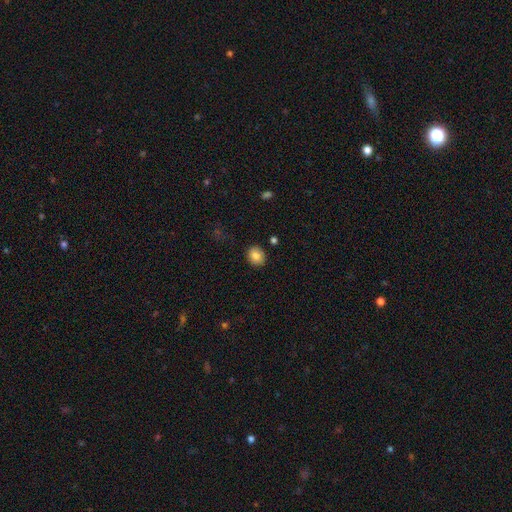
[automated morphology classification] Smooth or featured?
  - smooth: 83% *
  - star or artifact: 9%
  - featured or disk: 8%
How rounded?
  - round: 65% *
  - in between: 35%
  - cigar-shaped: 1%
Merging?
  - none: 89% *
  - minor disturbance: 8%
  - major disturbance: 2%
  - merger: 2%